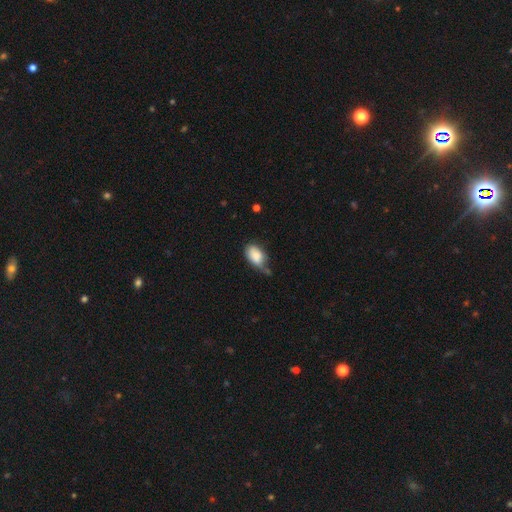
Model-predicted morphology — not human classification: The model was most divided on "merging": minor disturbance: 41%, none: 38%, major disturbance: 12%, merger: 9%. More confident: how rounded — in between (90%); smooth or featured — smooth (83%).